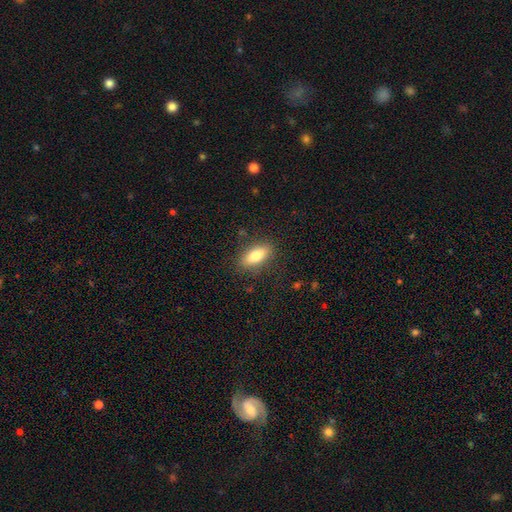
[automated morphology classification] Smooth or featured: smooth — 77% (featured or disk — 16%)
How rounded: in between — 79% (cigar-shaped — 17%)
Merging: none — 84% (minor disturbance — 11%)